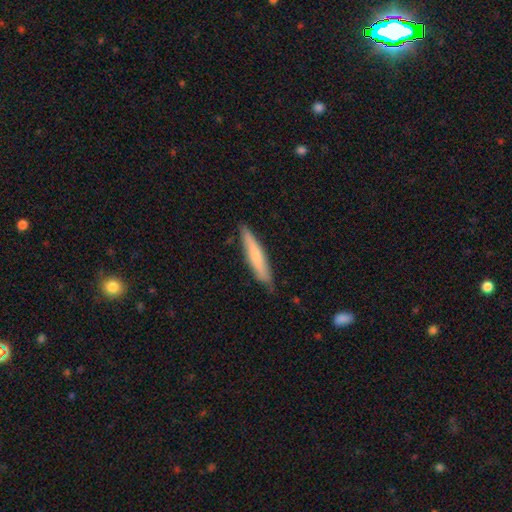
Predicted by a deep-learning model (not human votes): Smooth or featured? smooth (64%)
How rounded? cigar-shaped (92%)
Merging? none (83%)